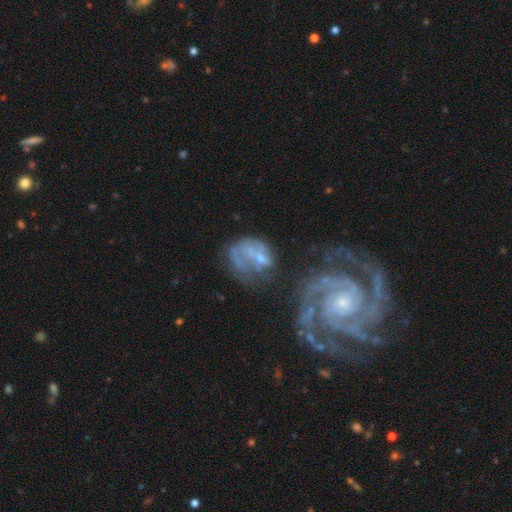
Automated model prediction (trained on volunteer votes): This is likely a featured or disk galaxy (67%). It is clearly not viewed edge-on (97%). Bar: likely no (61%). Spiral arm pattern: likely yes (65%). Central bulge: possibly small (53%). Merging: marginally merger (30%).